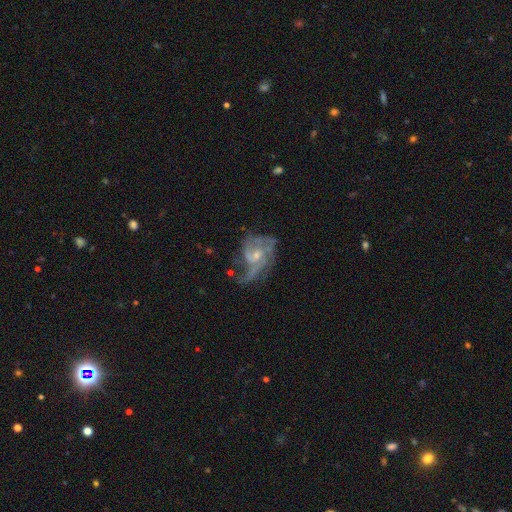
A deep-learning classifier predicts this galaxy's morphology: smooth_or_featured: featured or disk (p=0.82) [alt: smooth p=0.09]
disk_edge_on: no (p=0.97) [alt: yes p=0.03]
bar: no (p=0.58) [alt: weak p=0.35]
has_spiral_arms: yes (p=0.91) [alt: no p=0.09]
spiral_winding: medium (p=0.44) [alt: loose p=0.34]
spiral_arm_count: 2 (p=0.31) [alt: 3 p=0.25]
bulge_size: small (p=0.53) [alt: moderate p=0.38]
merging: none (p=0.46) [alt: major disturbance p=0.29]